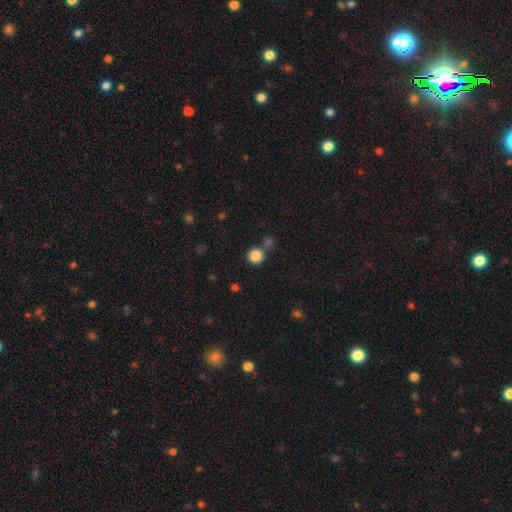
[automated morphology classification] A smooth galaxy with no disk features (85%) that is round (94%). Merging: none (73%).